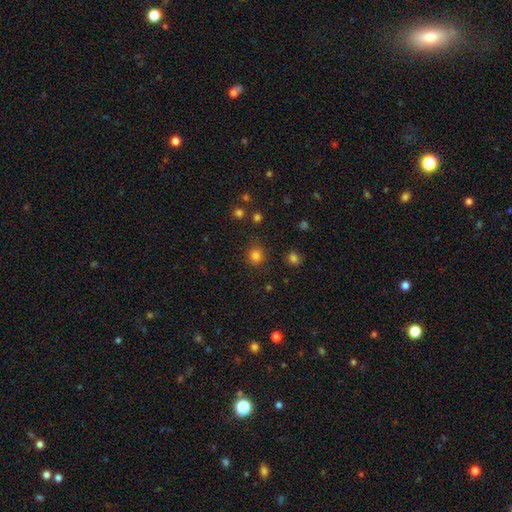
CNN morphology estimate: Smooth or featured: smooth — 81% (star or artifact — 15%)
How rounded: round — 90% (in between — 9%)
Merging: none — 85% (minor disturbance — 10%)